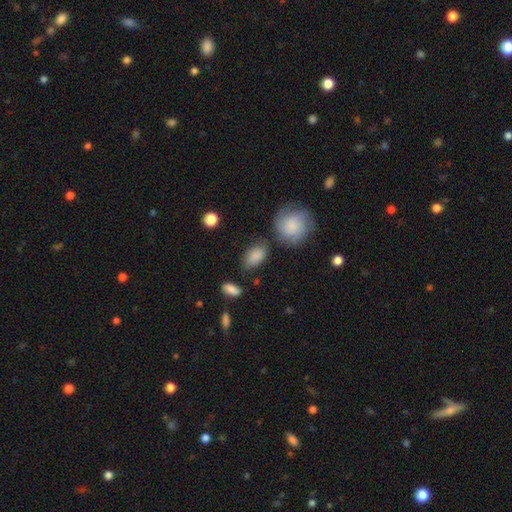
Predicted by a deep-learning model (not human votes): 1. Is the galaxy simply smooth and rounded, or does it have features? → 82% smooth, 10% featured or disk, 8% star or artifact.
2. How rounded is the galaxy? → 89% in between, 8% round, 2% cigar-shaped.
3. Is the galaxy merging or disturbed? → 64% none, 20% minor disturbance, 9% merger, 7% major disturbance.